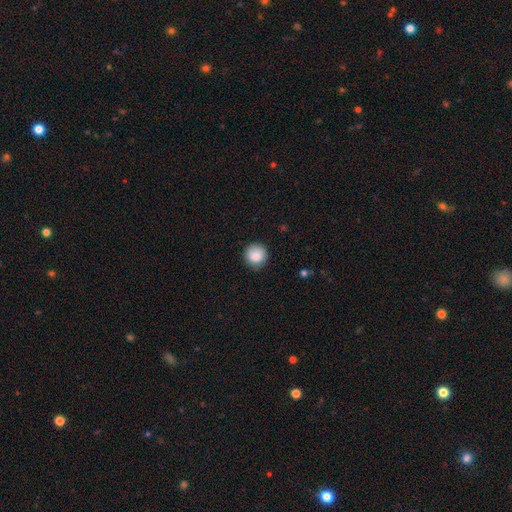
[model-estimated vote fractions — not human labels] This appears to be a smooth galaxy with no disk features (86%) that is round (94%). Merging: none (85%).